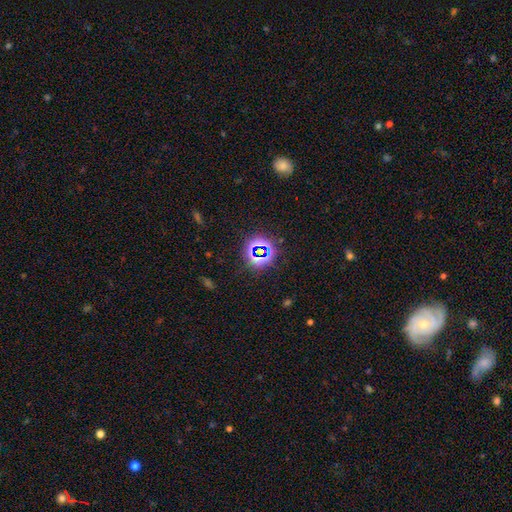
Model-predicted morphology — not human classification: The model was most divided on "smooth or featured": star or artifact: 73%, smooth: 18%, featured or disk: 9%.